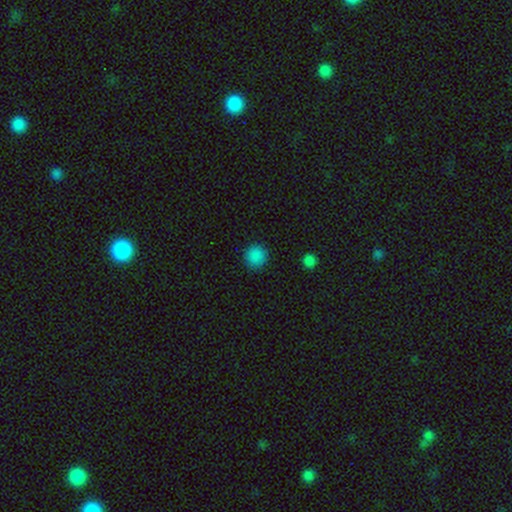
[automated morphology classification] This is clearly a smooth galaxy (87%). How rounded: clearly round (94%). Merging: clearly none (92%).